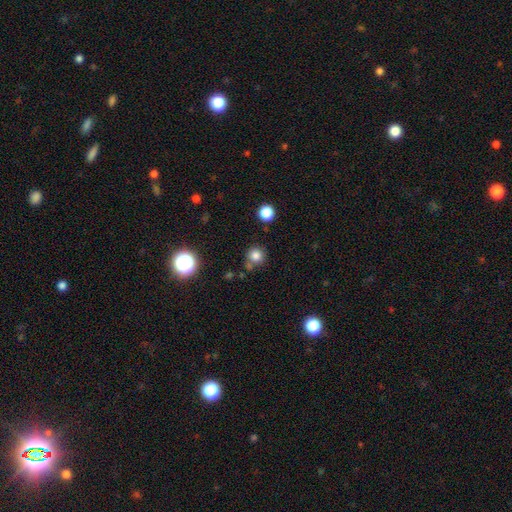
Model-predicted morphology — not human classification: The model was most divided on "merging": none: 75%, minor disturbance: 11%, merger: 10%, major disturbance: 4%. More confident: how rounded — round (92%); smooth or featured — smooth (81%).